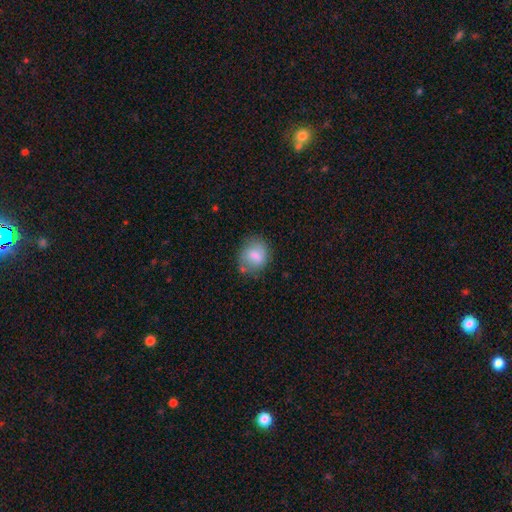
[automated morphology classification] A smooth galaxy with no disk features (78%) that is round (58%).

Vote fractions:
- Smooth or featured? smooth: 78% / featured or disk: 14% / star or artifact: 8%
- How rounded? round: 58% / in between: 41% / cigar-shaped: 1%
- Merging? none: 66% / minor disturbance: 23% / major disturbance: 7% / merger: 5%